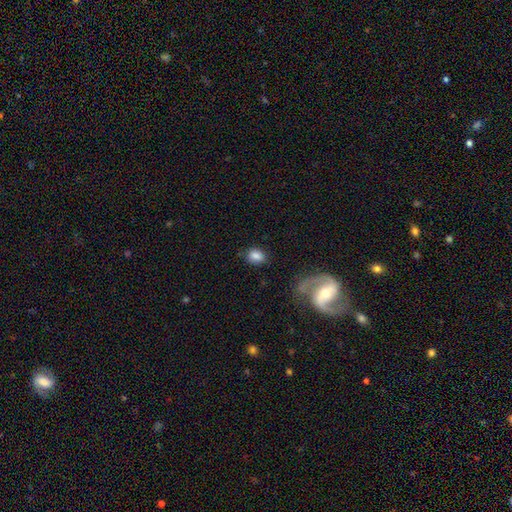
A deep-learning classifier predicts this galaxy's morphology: Smooth or featured? smooth (81%)
How rounded? in between (64%)
Merging? none (77%)